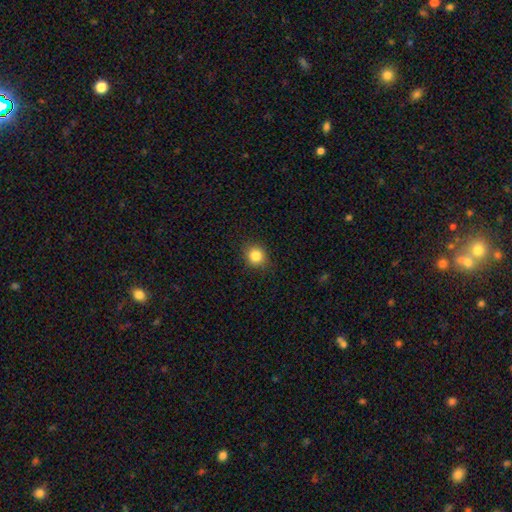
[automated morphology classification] smooth 84%, star or artifact 11%, featured or disk 5%. Down the decision tree: how rounded — round (85%); merging — none (88%).